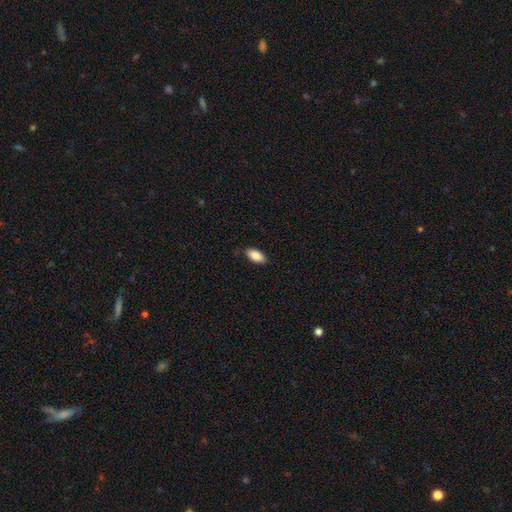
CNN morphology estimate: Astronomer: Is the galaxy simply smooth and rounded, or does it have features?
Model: smooth — 86%.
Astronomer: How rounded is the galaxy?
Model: in between — 90%.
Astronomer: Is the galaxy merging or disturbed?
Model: none — 84%.